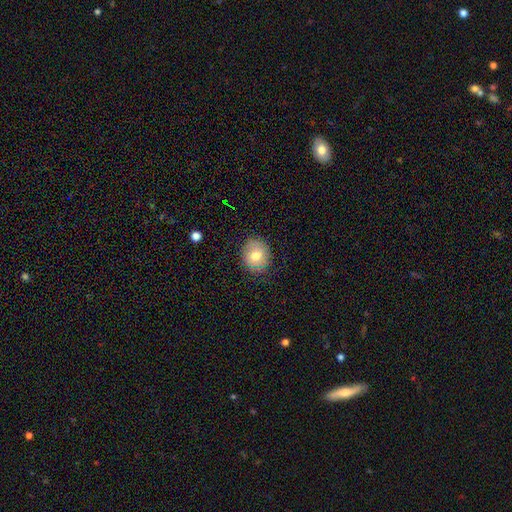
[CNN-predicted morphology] smooth 75%, featured or disk 16%, star or artifact 9%. Down the decision tree: how rounded — round (70%); merging — none (81%).